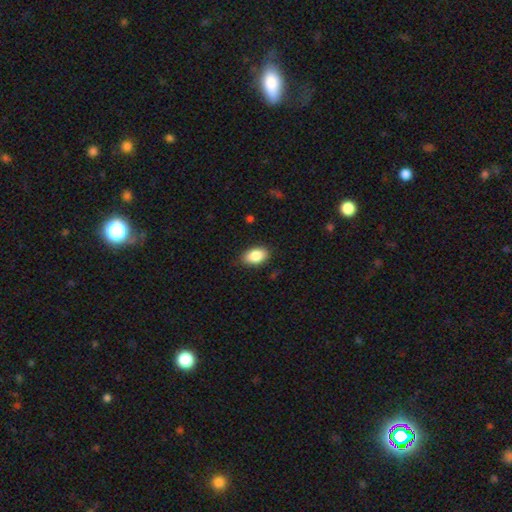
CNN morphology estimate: smooth-or-featured: smooth: 86% | star or artifact: 7% | featured or disk: 6%
  how-rounded: in between: 90% | round: 8% | cigar-shaped: 2%
  merging: none: 84% | minor disturbance: 12% | major disturbance: 2% | merger: 1%